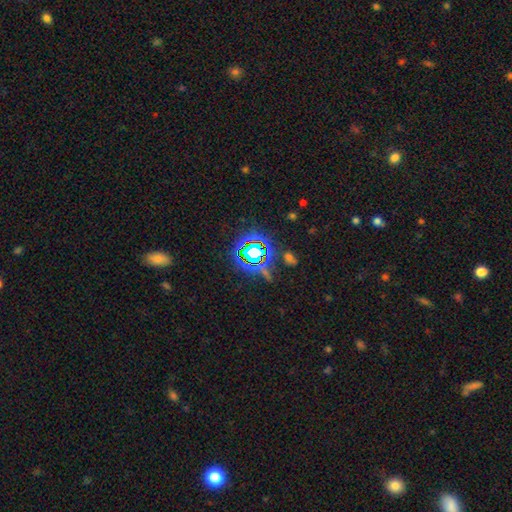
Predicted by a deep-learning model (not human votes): A star or artifact, not a galaxy (72%).

Vote fractions:
- Smooth or featured? star or artifact: 72% / smooth: 17% / featured or disk: 11%